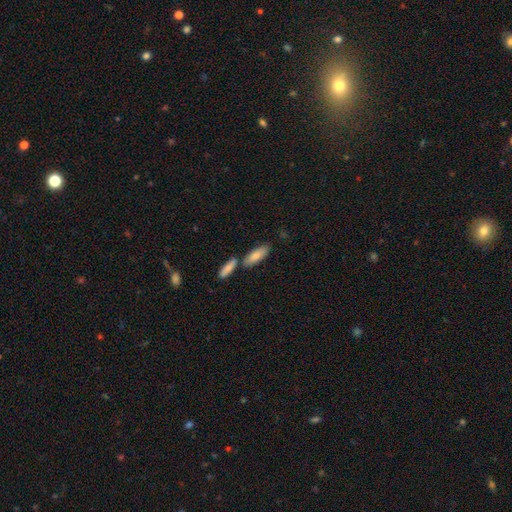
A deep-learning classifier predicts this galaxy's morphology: smooth-or-featured: smooth: 81% | featured or disk: 13% | star or artifact: 6%
  how-rounded: in between: 63% | cigar-shaped: 35% | round: 2%
  merging: none: 59% | merger: 26% | minor disturbance: 12% | major disturbance: 3%